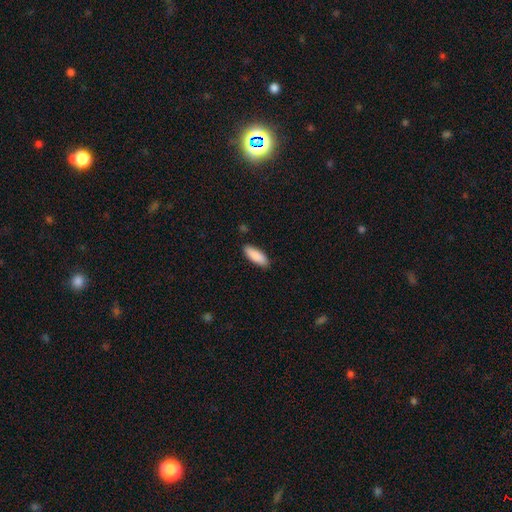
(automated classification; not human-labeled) smooth-or-featured: smooth: 89% | star or artifact: 6% | featured or disk: 5%
  how-rounded: in between: 67% | cigar-shaped: 32% | round: 2%
  merging: none: 87% | minor disturbance: 10% | major disturbance: 2% | merger: 1%